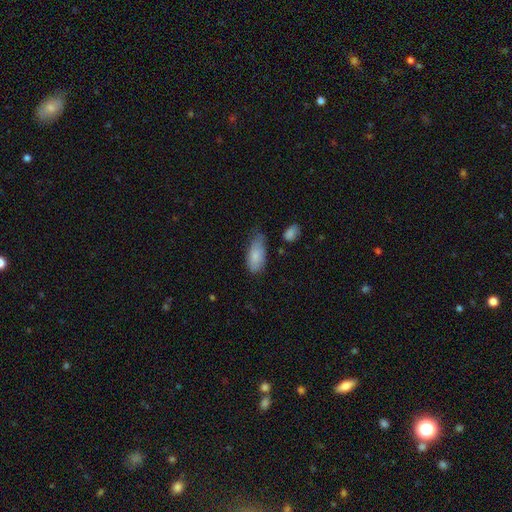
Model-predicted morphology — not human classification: type=smooth (82%); roundness=in between (88%); merging=none (42%, tied with minor disturbance).